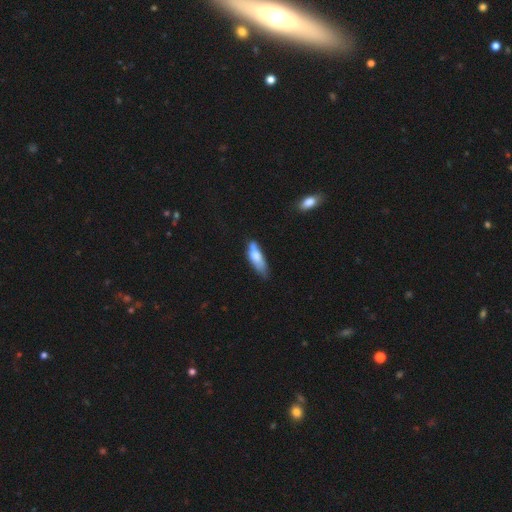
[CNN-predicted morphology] A smooth galaxy with no disk features (72%) that is in between round and cigar-shaped (52%). Merging: none (41%).